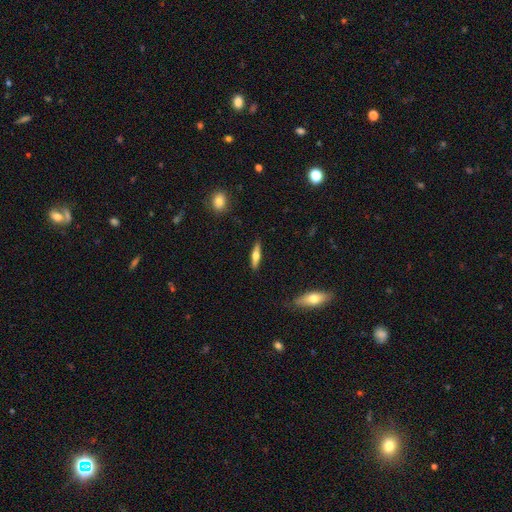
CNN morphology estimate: A featured or disk galaxy (49%).

Vote fractions:
- Smooth or featured? featured or disk: 49% / smooth: 45% / star or artifact: 6%
- Merging? none: 89% / minor disturbance: 8% / major disturbance: 2% / merger: 1%